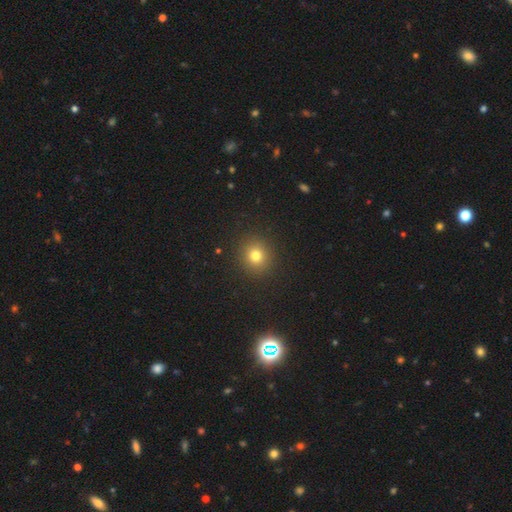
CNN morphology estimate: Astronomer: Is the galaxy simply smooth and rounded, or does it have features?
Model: smooth — 77%.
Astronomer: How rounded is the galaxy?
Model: round — 89%.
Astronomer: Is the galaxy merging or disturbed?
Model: none — 91%.